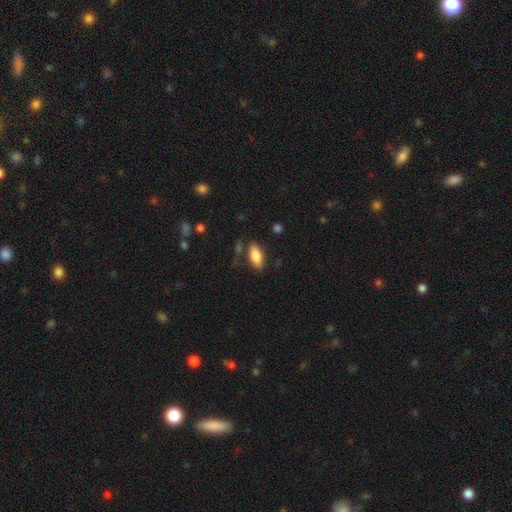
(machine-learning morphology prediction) Smooth or featured? smooth (83%)
How rounded? in between (83%)
Merging? none (78%)